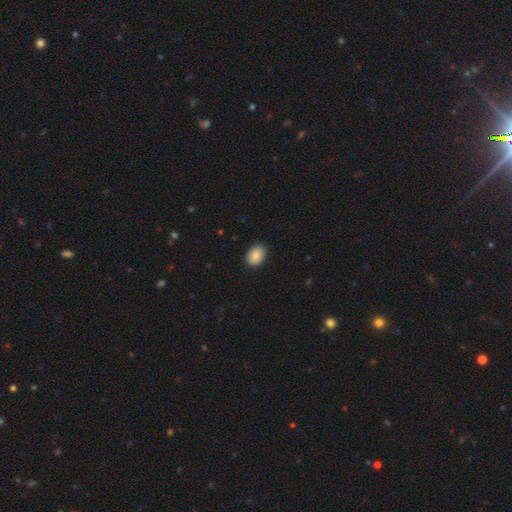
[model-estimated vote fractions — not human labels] Smooth or featured? smooth (87%)
How rounded? in between (77%)
Merging? none (87%)